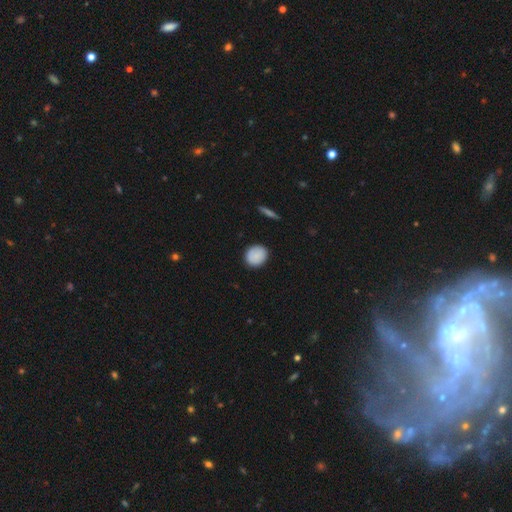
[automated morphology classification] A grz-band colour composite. It shows a smooth galaxy with no disk features (87%) that is round (74%). Merging: none (88%).